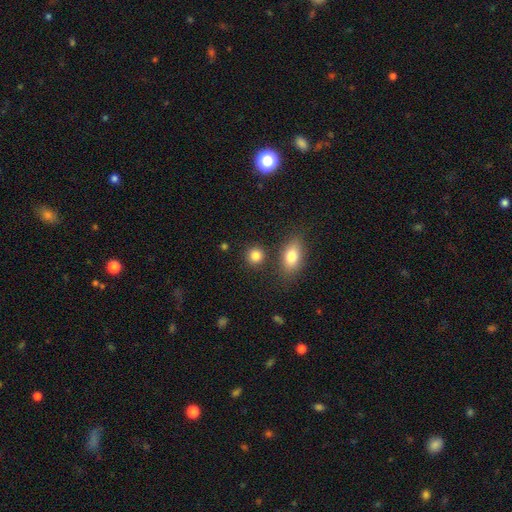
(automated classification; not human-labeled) This is clearly a smooth galaxy (85%). How rounded: clearly round (84%). Merging: clearly none (83%).